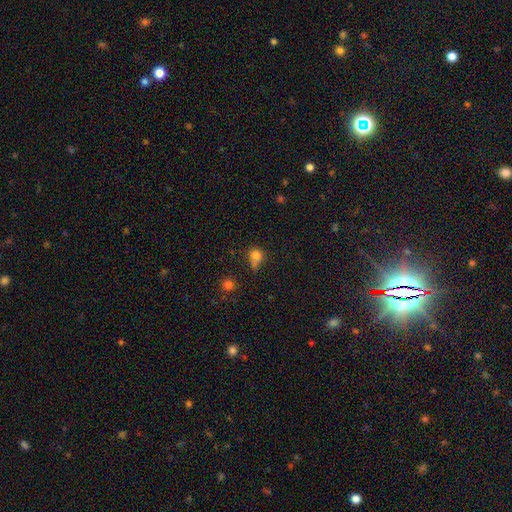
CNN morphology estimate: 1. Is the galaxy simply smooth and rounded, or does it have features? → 77% smooth, 15% star or artifact, 9% featured or disk.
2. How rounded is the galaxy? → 79% round, 20% in between, 1% cigar-shaped.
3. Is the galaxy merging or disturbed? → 48% none, 24% merger, 19% minor disturbance, 9% major disturbance.